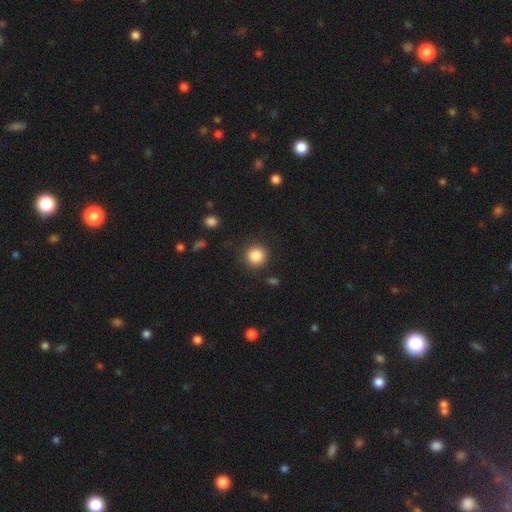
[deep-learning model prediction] This is clearly a smooth galaxy (86%). How rounded: clearly round (94%). Merging: clearly none (89%).